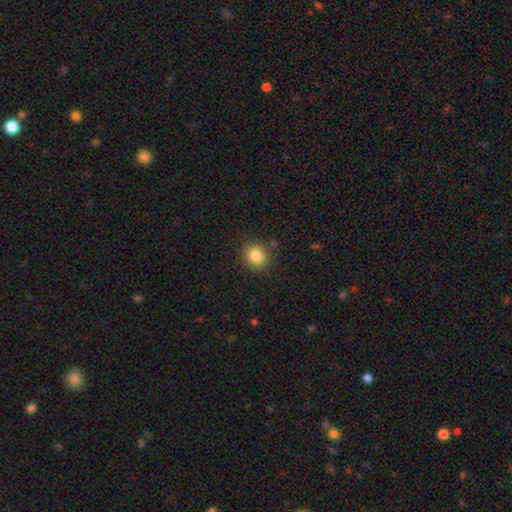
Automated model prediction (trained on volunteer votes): A smooth galaxy with no disk features (86%) that is round (76%).

Vote fractions:
- Smooth or featured? smooth: 86% / star or artifact: 10% / featured or disk: 4%
- How rounded? round: 76% / in between: 23% / cigar-shaped: 1%
- Merging? none: 86% / minor disturbance: 10% / major disturbance: 3% / merger: 2%